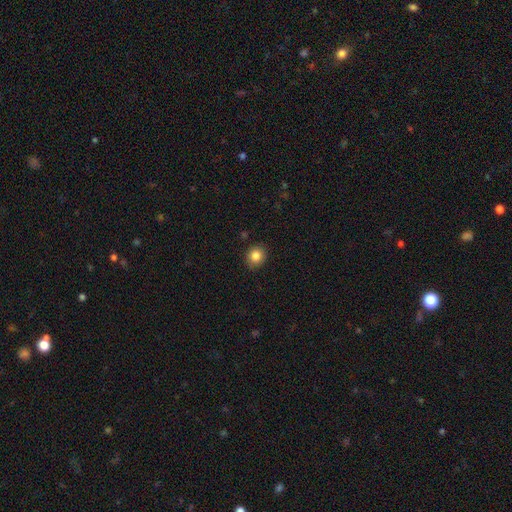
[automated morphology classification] A smooth galaxy with no disk features (85%) that is round (80%).

Vote fractions:
- Smooth or featured? smooth: 85% / star or artifact: 10% / featured or disk: 5%
- How rounded? round: 80% / in between: 19% / cigar-shaped: 1%
- Merging? none: 87% / minor disturbance: 10% / major disturbance: 2% / merger: 1%